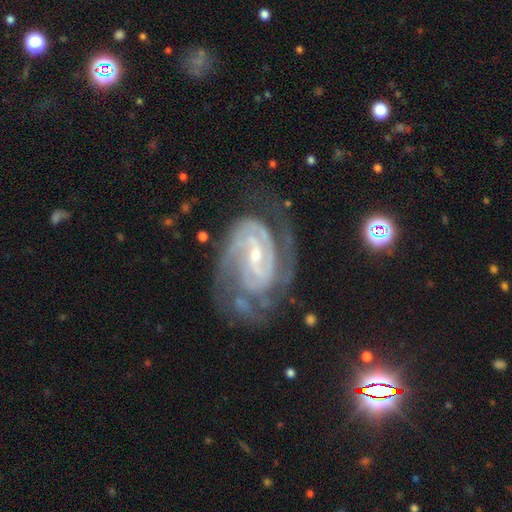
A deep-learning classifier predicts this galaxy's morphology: type=featured or disk (91%); edge-on=no (97%); bar=weak (46%); spiral arms=yes (98%); winding=tight (62%); arm count=2 (58%); bulge=small (70%); merging=none (62%).